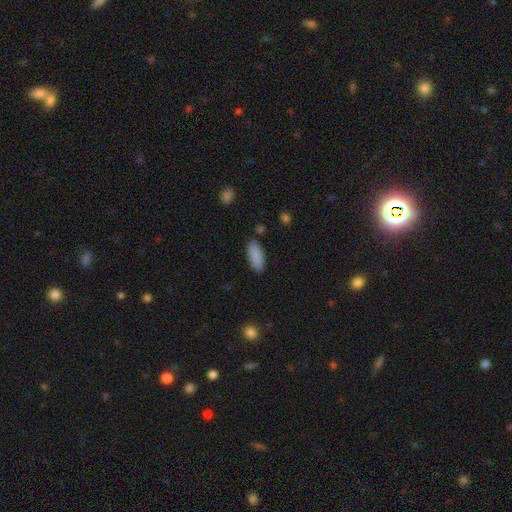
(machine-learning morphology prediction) type=smooth (88%); roundness=in between (77%); merging=none (85%).